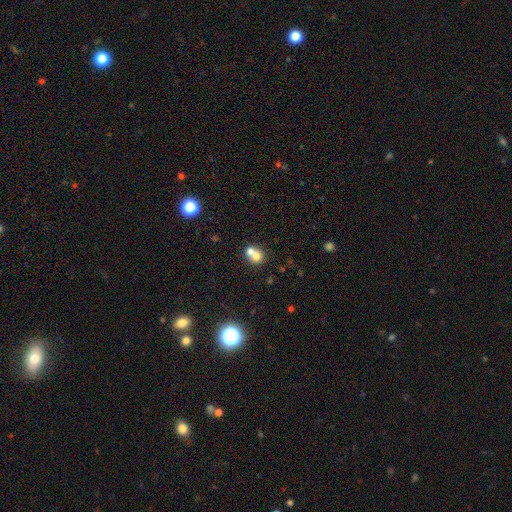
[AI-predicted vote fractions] A smooth galaxy with no disk features (69%) that is round (72%).

Vote fractions:
- Smooth or featured? smooth: 69% / featured or disk: 18% / star or artifact: 12%
- How rounded? round: 72% / in between: 27% / cigar-shaped: 1%
- Merging? merger: 62% / none: 30% / minor disturbance: 6% / major disturbance: 3%